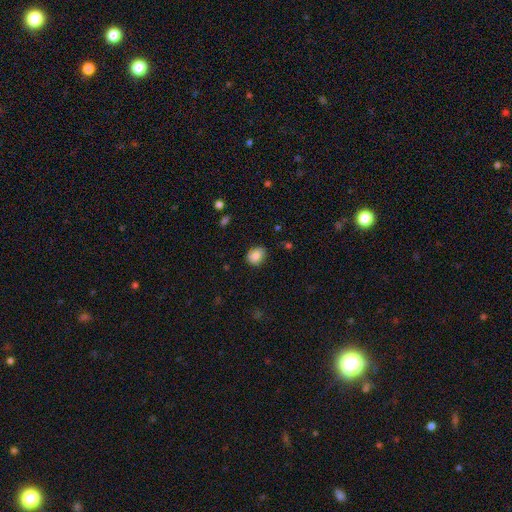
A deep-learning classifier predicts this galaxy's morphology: Overall: smooth (83%). How rounded: round (60%; in between 39%). Merging: none (82%).